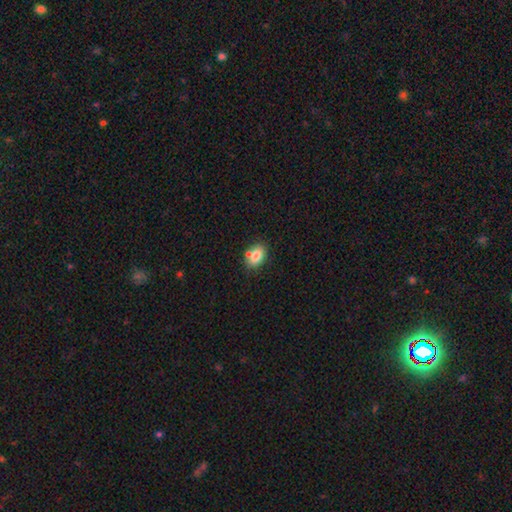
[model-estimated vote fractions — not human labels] smooth-or-featured: smooth: 79% | featured or disk: 12% | star or artifact: 9%
  how-rounded: in between: 82% | round: 16% | cigar-shaped: 2%
  merging: none: 62% | merger: 20% | minor disturbance: 15% | major disturbance: 4%